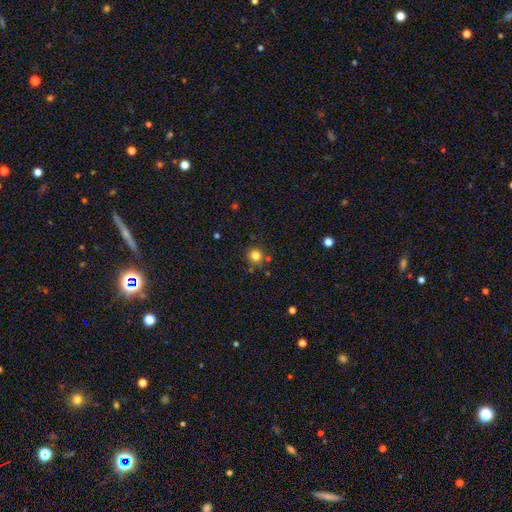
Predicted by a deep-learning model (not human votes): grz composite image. It shows a smooth galaxy with no disk features (81%) that is round (91%). Merging: none (80%).